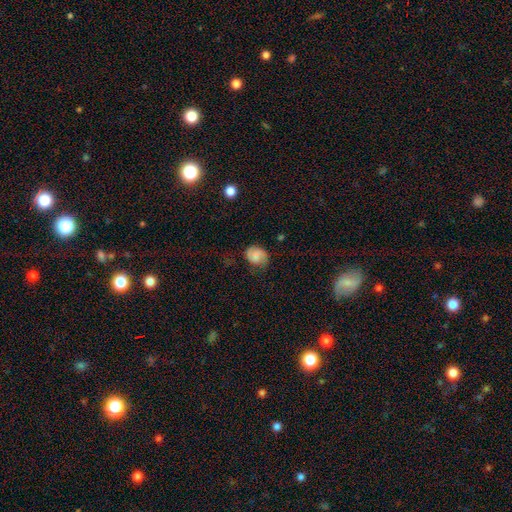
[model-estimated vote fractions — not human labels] The model was most divided on "how rounded": round: 55%, in between: 44%, cigar-shaped: 1%. More confident: merging — none (65%); smooth or featured — smooth (58%).